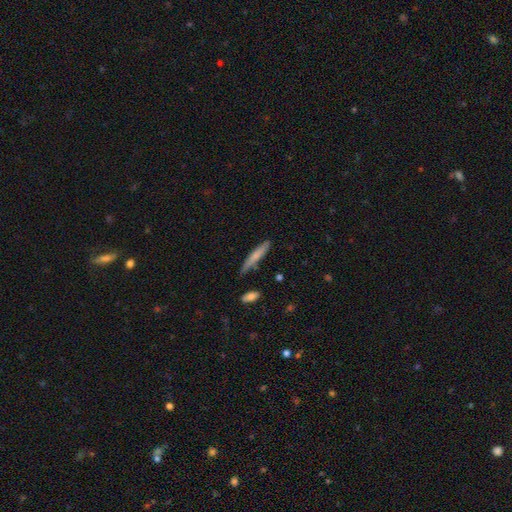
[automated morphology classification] This is likely a smooth galaxy (68%). How rounded: clearly cigar-shaped (91%). Merging: likely none (77%).